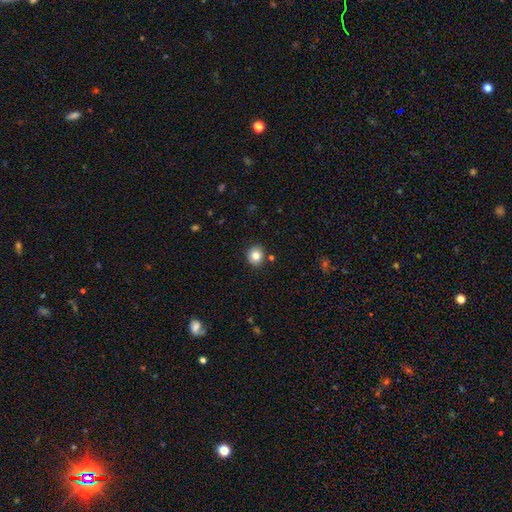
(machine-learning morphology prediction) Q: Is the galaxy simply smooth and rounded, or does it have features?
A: smooth — 82%.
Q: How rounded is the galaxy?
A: round — 84%.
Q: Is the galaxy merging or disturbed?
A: none — 88%.